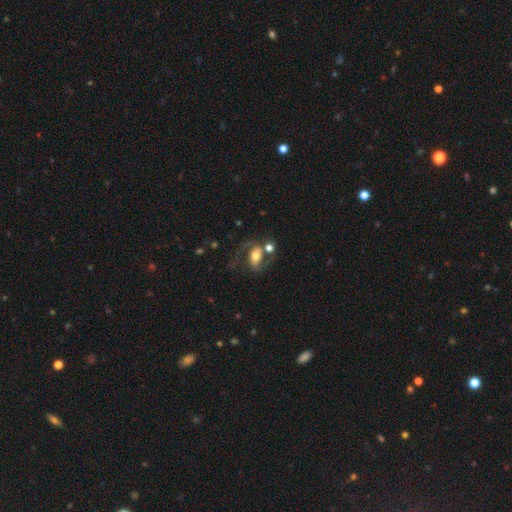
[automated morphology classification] This is likely a featured or disk galaxy (62%). It is clearly not viewed edge-on (95%). Bar: marginally no (43%). Spiral arm pattern: likely yes (78%). Central bulge: likely moderate (62%). Merging: marginally none (41%).